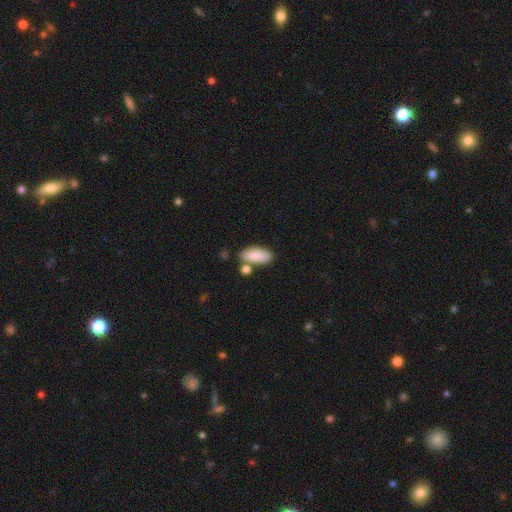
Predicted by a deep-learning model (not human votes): Morphology: type=smooth (86%); roundness=in between (89%); merging=none (66%).